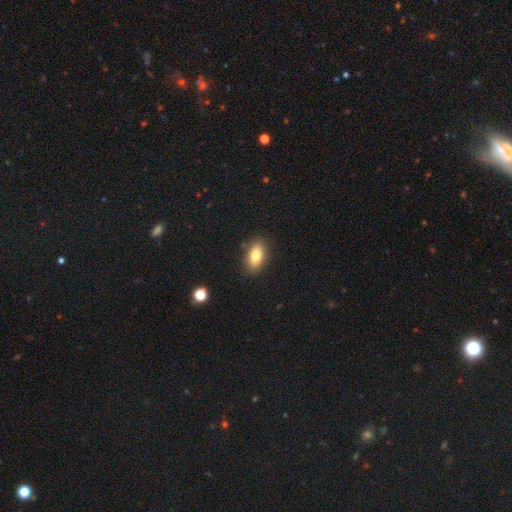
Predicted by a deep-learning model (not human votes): Overall: smooth (77%). How rounded: in between (88%). Merging: none (87%).